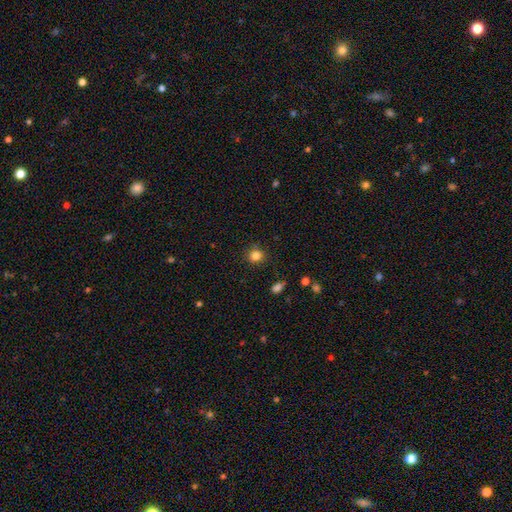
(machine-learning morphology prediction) smooth-or-featured: smooth: 83% | star or artifact: 12% | featured or disk: 5%
  how-rounded: round: 88% | in between: 11% | cigar-shaped: 1%
  merging: none: 86% | minor disturbance: 10% | major disturbance: 3% | merger: 2%